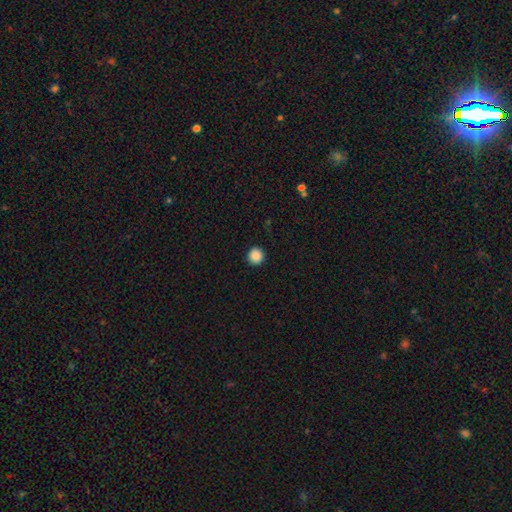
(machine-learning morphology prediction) A smooth galaxy with no disk features (88%) that is round (95%). Merging: none (93%).